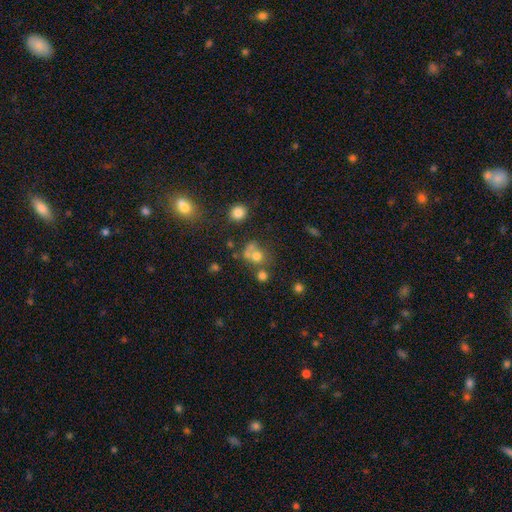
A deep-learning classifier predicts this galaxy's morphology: smooth_or_featured: smooth (p=0.65) [alt: star or artifact p=0.19]
how_rounded: round (p=0.76) [alt: in between p=0.23]
merging: none (p=0.41) [alt: merger p=0.37]